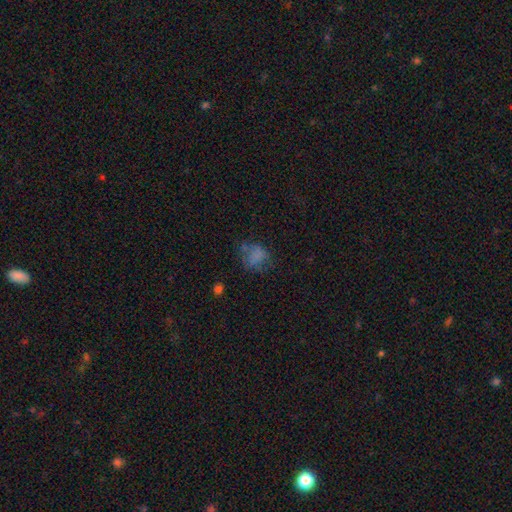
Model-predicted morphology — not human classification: Overall: smooth (66%). How rounded: round (57%; in between 42%). Merging: none (45%; minor disturbance 26%).